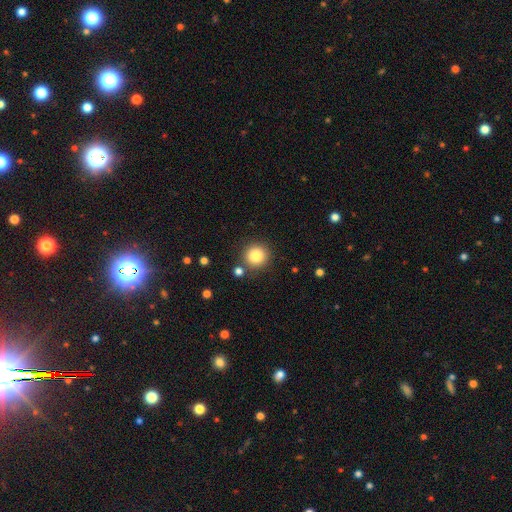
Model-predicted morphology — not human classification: A smooth galaxy with no disk features (84%) that is round (94%). Merging: none (84%).